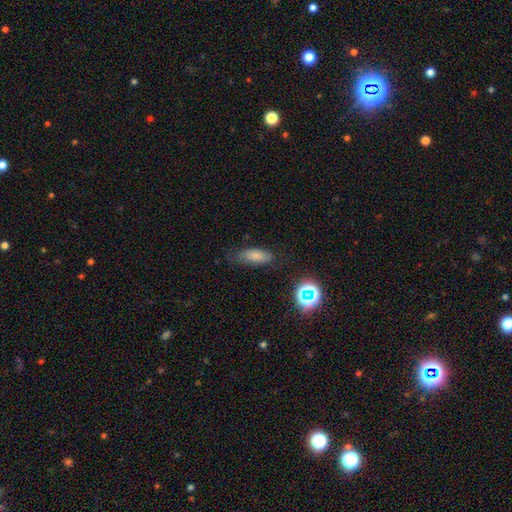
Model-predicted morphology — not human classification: Smooth or featured? Predicted: smooth (p=0.74). How rounded? Predicted: in between (p=0.71). Merging? Predicted: none (p=0.68).